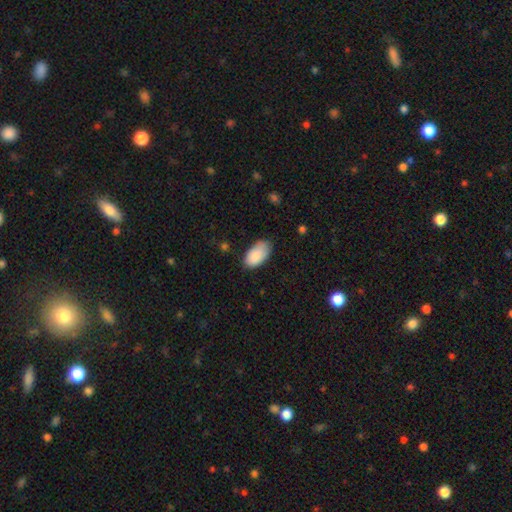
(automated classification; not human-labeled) smooth 88%, star or artifact 6%, featured or disk 6%. Down the decision tree: how rounded — in between (96%); merging — none (69%).